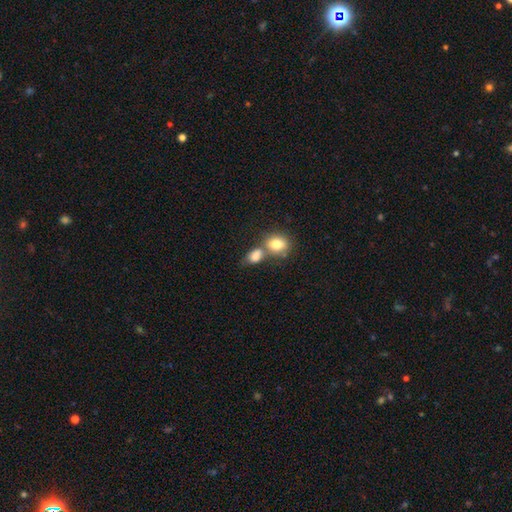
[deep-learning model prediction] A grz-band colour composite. It shows a smooth galaxy with no disk features (82%) that is in between round and cigar-shaped (73%). Merging: merger (53%).